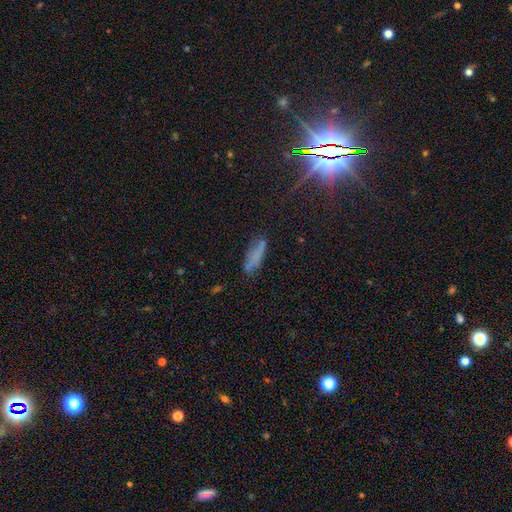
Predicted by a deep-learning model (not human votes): smooth 61%, featured or disk 20%, star or artifact 19%. Down the decision tree: how rounded — cigar-shaped (58%); merging — none (62%).